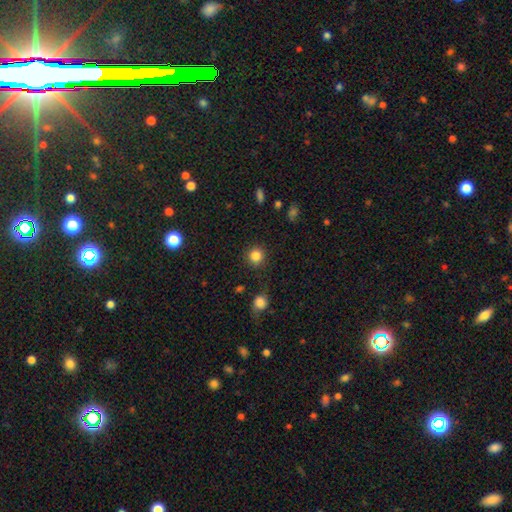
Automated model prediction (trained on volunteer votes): This appears to be a smooth galaxy with no disk features (85%) that is round (94%). Merging: none (89%).